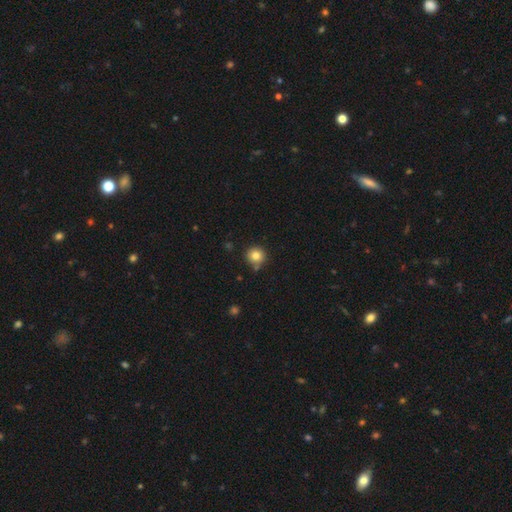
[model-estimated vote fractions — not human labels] smooth_or_featured: smooth (p=0.82) [alt: star or artifact p=0.11]
how_rounded: round (p=0.93) [alt: in between p=0.06]
merging: none (p=0.80) [alt: minor disturbance p=0.10]